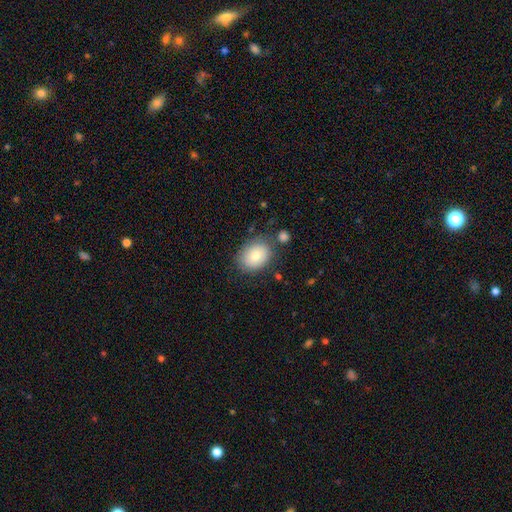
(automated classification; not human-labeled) This appears to be a smooth galaxy with no disk features (76%) that is in between round and cigar-shaped (57%). Merging: none (75%).